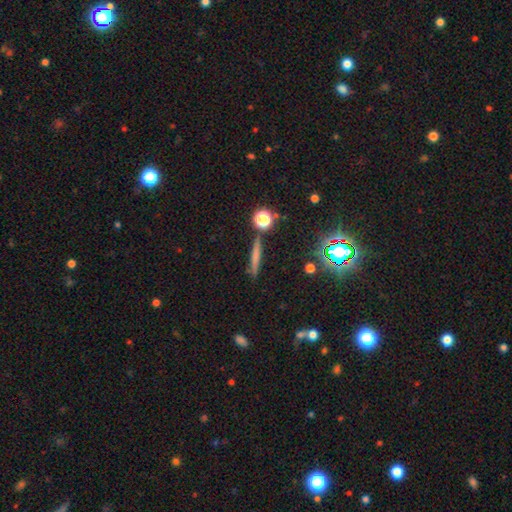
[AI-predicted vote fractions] Overall: smooth (60%; featured or disk 26%). How rounded: cigar-shaped (89%). Merging: none (84%).